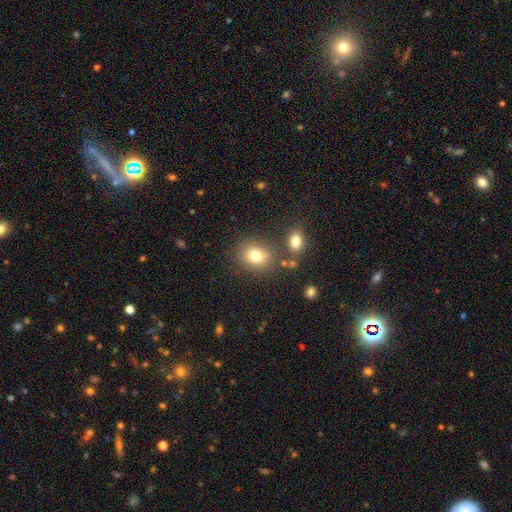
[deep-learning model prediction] Smooth or featured?
  - smooth: 78% *
  - star or artifact: 12%
  - featured or disk: 10%
How rounded?
  - round: 56% *
  - in between: 43%
  - cigar-shaped: 1%
Merging?
  - none: 74% *
  - minor disturbance: 12%
  - merger: 10%
  - major disturbance: 4%